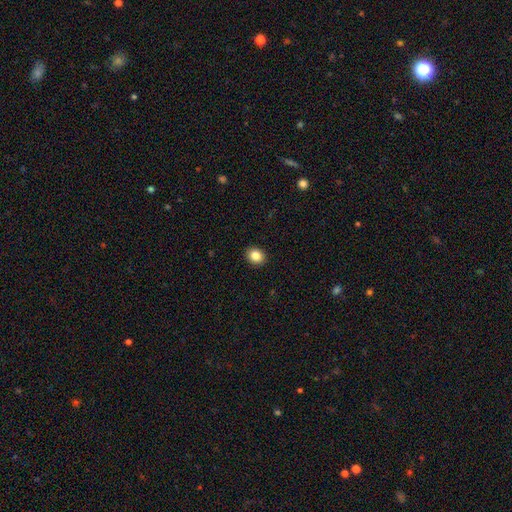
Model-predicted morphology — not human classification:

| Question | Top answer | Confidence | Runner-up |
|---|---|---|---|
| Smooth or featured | smooth | 85% | star or artifact (10%) |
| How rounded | round | 66% | in between (33%) |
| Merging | none | 92% | minor disturbance (6%) |